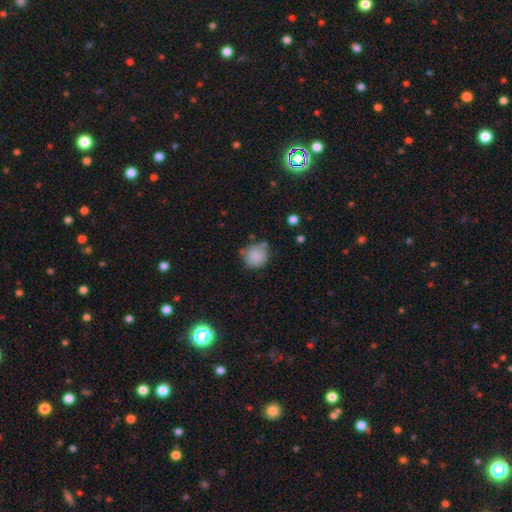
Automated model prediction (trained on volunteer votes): Overall: smooth (85%). How rounded: round (88%). Merging: none (69%).